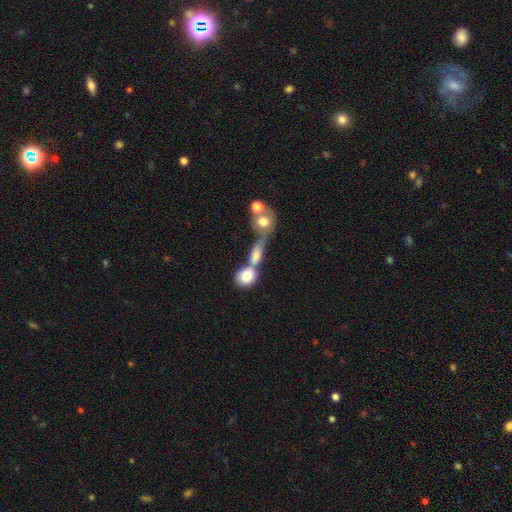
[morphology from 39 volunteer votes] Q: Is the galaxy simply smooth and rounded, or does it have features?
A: smooth — 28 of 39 (72%).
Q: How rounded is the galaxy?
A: in between — 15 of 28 (54%).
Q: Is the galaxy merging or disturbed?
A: merger — 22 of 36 (61%).